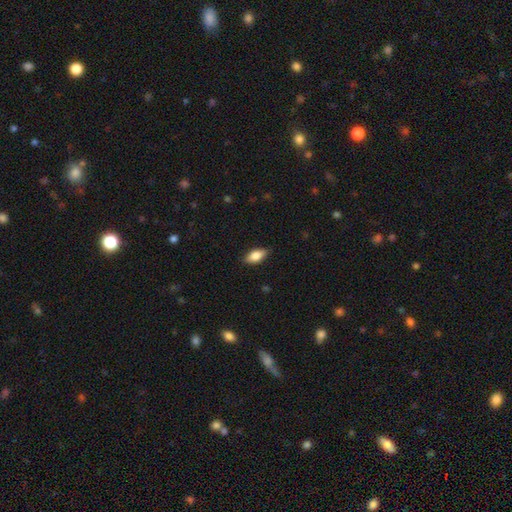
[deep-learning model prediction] Overall: smooth (78%). How rounded: in between (87%). Merging: none (85%).